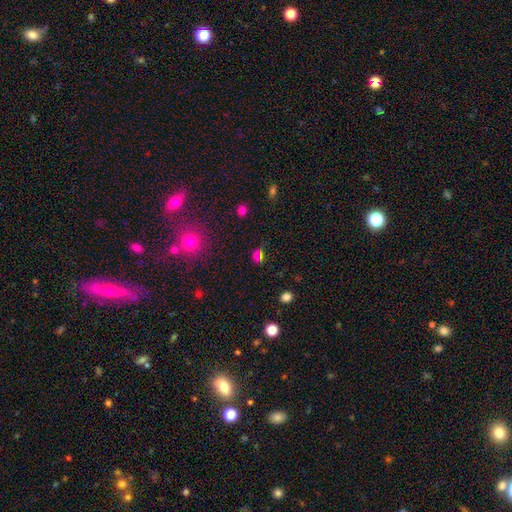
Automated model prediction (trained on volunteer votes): smooth_or_featured: smooth (p=0.73) [alt: star or artifact p=0.20]
how_rounded: round (p=0.71) [alt: in between p=0.28]
merging: none (p=0.59) [alt: minor disturbance p=0.17]